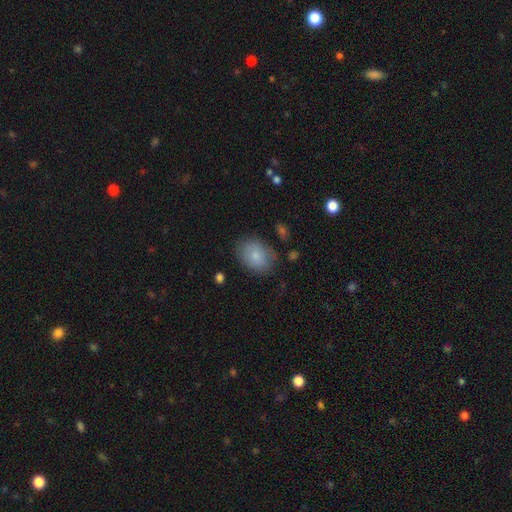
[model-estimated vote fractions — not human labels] Q: Smooth or featured?
A: smooth (83%); runner-up: featured or disk (10%)
Q: How rounded?
A: in between (69%); runner-up: round (30%)
Q: Merging?
A: none (75%); runner-up: minor disturbance (18%)